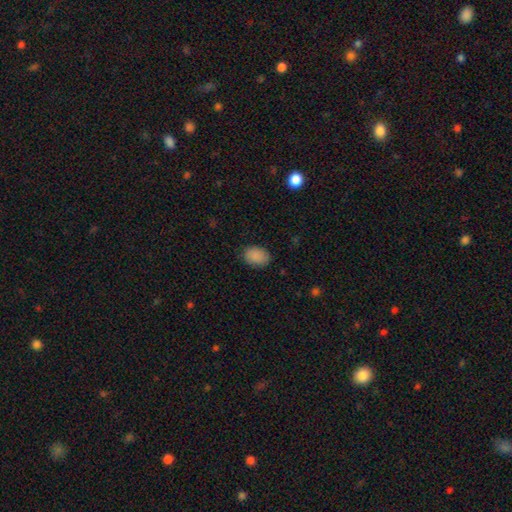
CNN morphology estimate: Smooth or featured: smooth — 89% (star or artifact — 8%)
How rounded: in between — 70% (round — 29%)
Merging: none — 84% (minor disturbance — 12%)